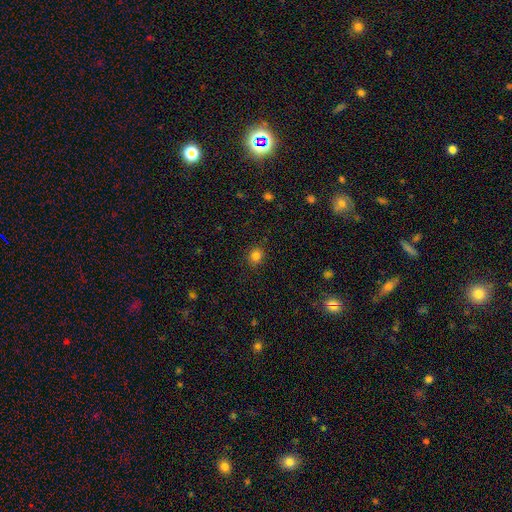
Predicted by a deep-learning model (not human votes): smooth_or_featured: smooth (p=0.81) [alt: star or artifact p=0.14]
how_rounded: round (p=0.85) [alt: in between p=0.14]
merging: none (p=0.89) [alt: minor disturbance p=0.07]